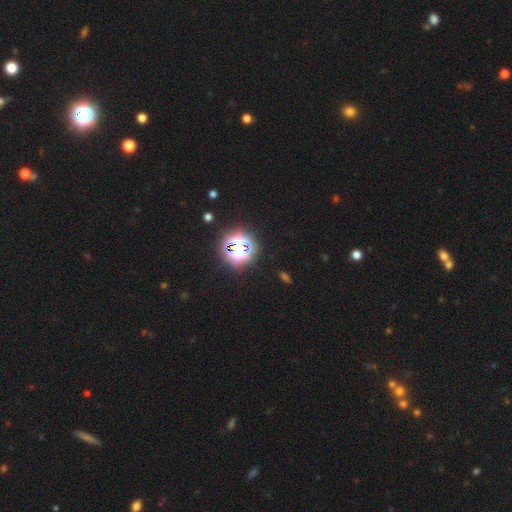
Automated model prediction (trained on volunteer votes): Overall: star or artifact (80%).